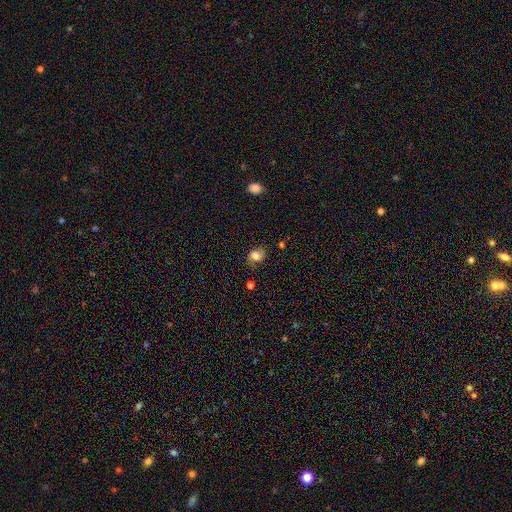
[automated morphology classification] Smooth or featured? Predicted: smooth (p=0.66). How rounded? Predicted: round (p=0.57). Merging? Predicted: none (p=0.72).